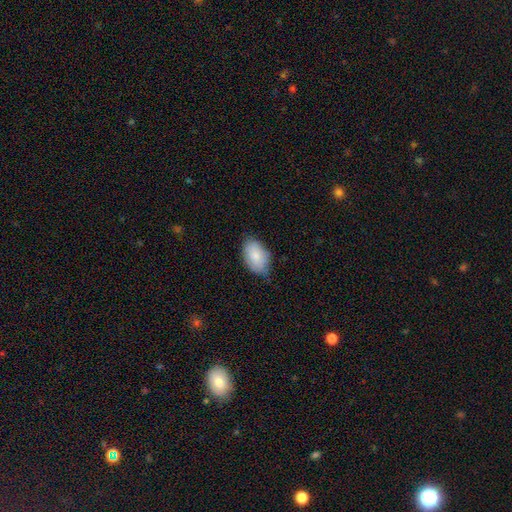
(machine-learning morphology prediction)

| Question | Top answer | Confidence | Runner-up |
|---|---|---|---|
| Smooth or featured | smooth | 81% | featured or disk (13%) |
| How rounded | in between | 91% | round (8%) |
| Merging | none | 68% | minor disturbance (26%) |